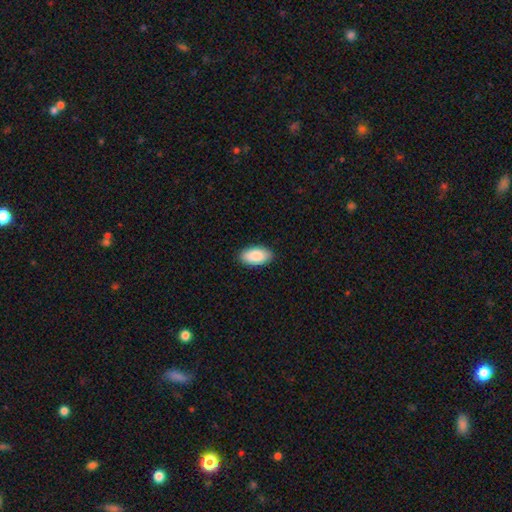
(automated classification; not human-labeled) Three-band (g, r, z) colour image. It shows a smooth galaxy with no disk features (88%) that is in between round and cigar-shaped (96%). Merging: none (89%).